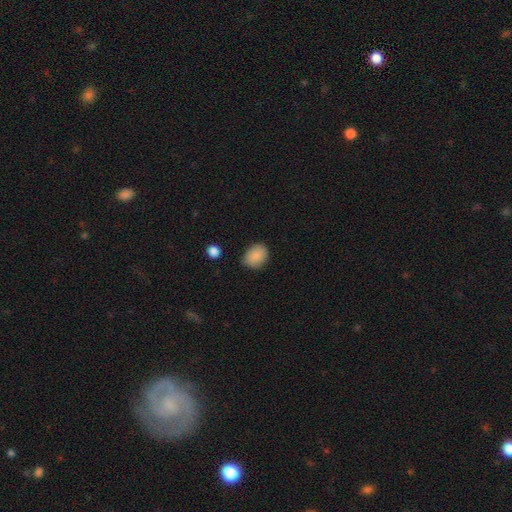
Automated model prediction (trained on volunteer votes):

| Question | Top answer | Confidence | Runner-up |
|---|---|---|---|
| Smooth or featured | smooth | 88% | star or artifact (8%) |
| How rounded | in between | 58% | round (41%) |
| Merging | none | 76% | minor disturbance (19%) |